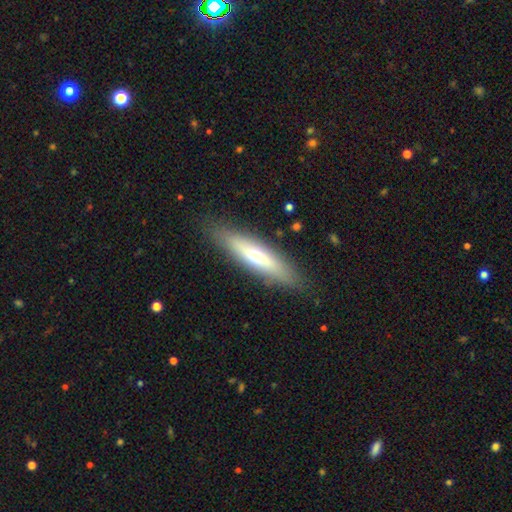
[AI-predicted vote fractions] The model was most divided on "smooth or featured": smooth: 50%, featured or disk: 42%, star or artifact: 8%. More confident: merging — none (87%).